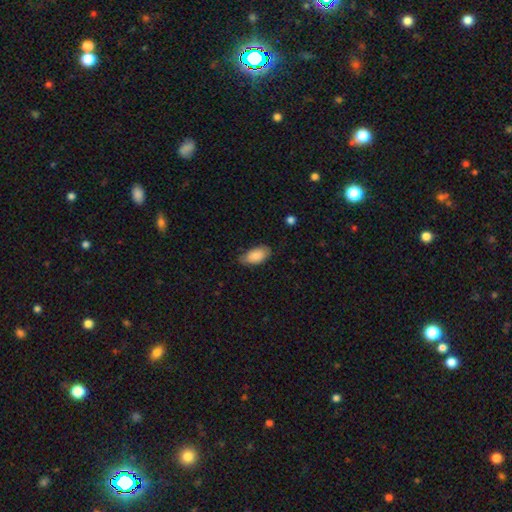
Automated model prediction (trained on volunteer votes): smooth-or-featured: smooth: 82% | featured or disk: 12% | star or artifact: 6%
  how-rounded: in between: 94% | round: 3% | cigar-shaped: 3%
  merging: none: 70% | minor disturbance: 24% | major disturbance: 4% | merger: 1%